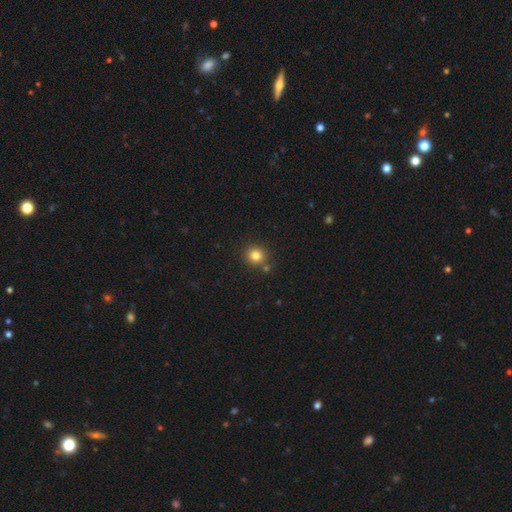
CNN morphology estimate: smooth-or-featured: smooth: 81% | star or artifact: 13% | featured or disk: 6%
  how-rounded: round: 89% | in between: 10% | cigar-shaped: 1%
  merging: none: 80% | merger: 9% | minor disturbance: 8% | major disturbance: 2%